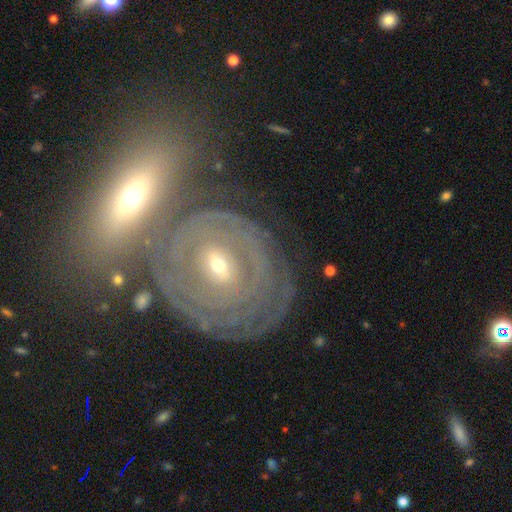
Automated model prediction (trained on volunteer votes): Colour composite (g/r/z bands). It shows a featured or disk galaxy (81%) with no bar (52%), tight (83%) spiral arms (78%) and a small central bulge (58%). Merging: none (66%).